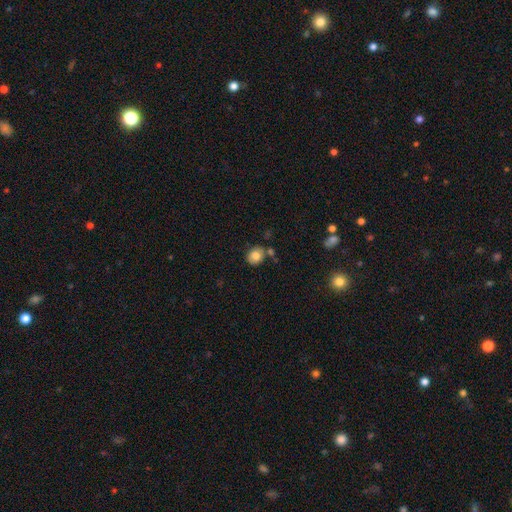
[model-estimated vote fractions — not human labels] Smooth or featured? Predicted: smooth (p=0.80). How rounded? Predicted: round (p=0.69). Merging? Predicted: none (p=0.69).